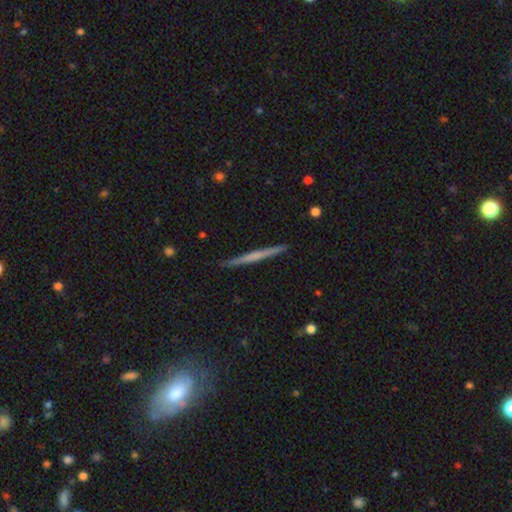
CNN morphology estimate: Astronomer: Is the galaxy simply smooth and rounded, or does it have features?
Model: featured or disk — 53% (runner-up: smooth, 41%).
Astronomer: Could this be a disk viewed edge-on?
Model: yes — 98%.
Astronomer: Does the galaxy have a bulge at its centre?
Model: none — 77%.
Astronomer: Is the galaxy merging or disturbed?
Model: none — 91%.